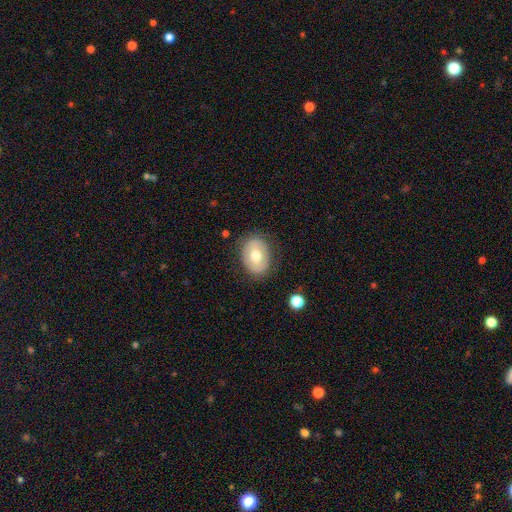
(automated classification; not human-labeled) A smooth galaxy with no disk features (61%) that is in between round and cigar-shaped (65%).

Vote fractions:
- Smooth or featured? smooth: 61% / featured or disk: 31% / star or artifact: 8%
- How rounded? in between: 65% / round: 34% / cigar-shaped: 1%
- Merging? none: 82% / minor disturbance: 13% / major disturbance: 4% / merger: 1%